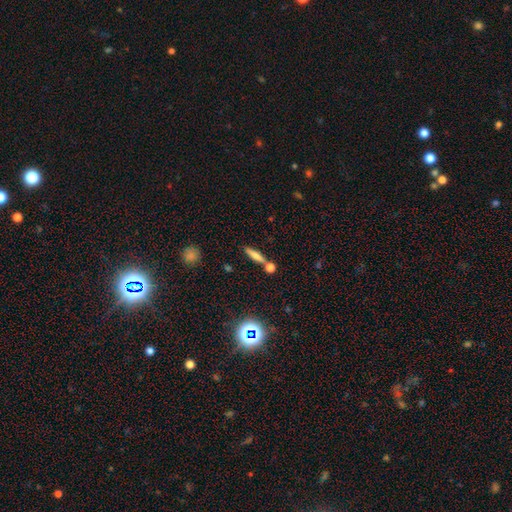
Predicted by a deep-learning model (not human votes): Smooth or featured? Predicted: smooth (p=0.64). How rounded? Predicted: cigar-shaped (p=0.78). Merging? Predicted: none (p=0.67).